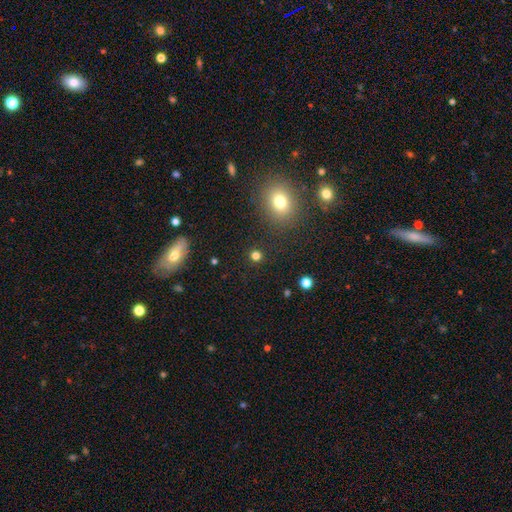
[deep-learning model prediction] smooth-or-featured: smooth: 77% | star or artifact: 19% | featured or disk: 4%
  how-rounded: round: 91% | in between: 8% | cigar-shaped: 1%
  merging: none: 90% | minor disturbance: 6% | major disturbance: 3% | merger: 2%